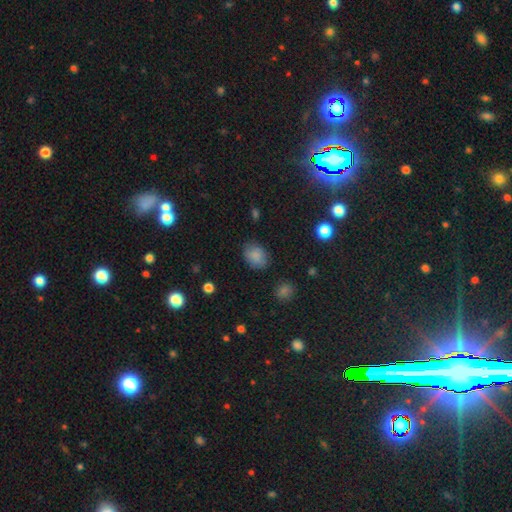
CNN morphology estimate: A smooth galaxy with no disk features (84%) that is in between round and cigar-shaped (71%).

Vote fractions:
- Smooth or featured? smooth: 84% / star or artifact: 10% / featured or disk: 6%
- How rounded? in between: 71% / round: 28% / cigar-shaped: 1%
- Merging? none: 81% / minor disturbance: 14% / major disturbance: 4% / merger: 2%